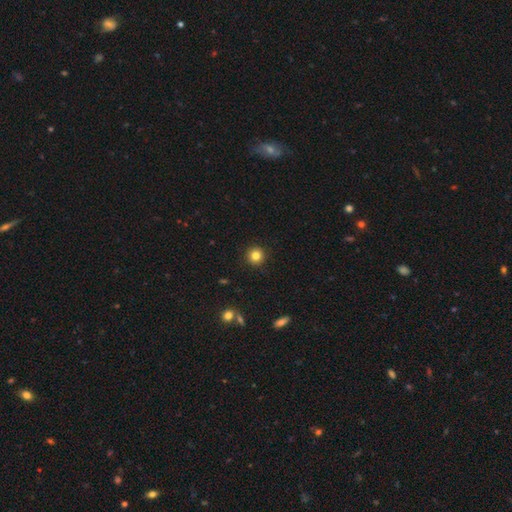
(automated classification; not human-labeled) Smooth or featured? Predicted: smooth (p=0.83). How rounded? Predicted: round (p=0.95). Merging? Predicted: none (p=0.93).